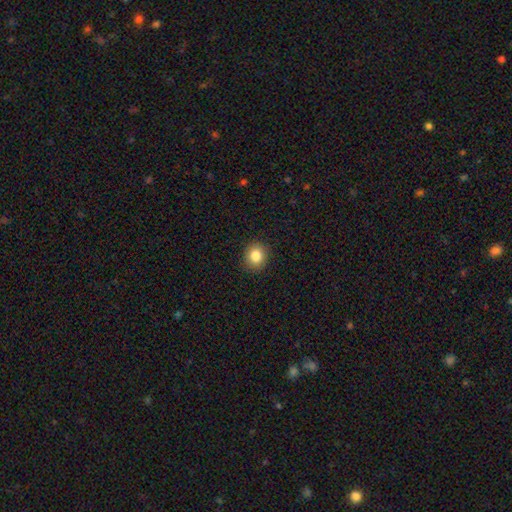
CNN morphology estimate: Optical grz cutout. It shows a smooth galaxy with no disk features (84%) that is round (78%). Merging: none (91%).